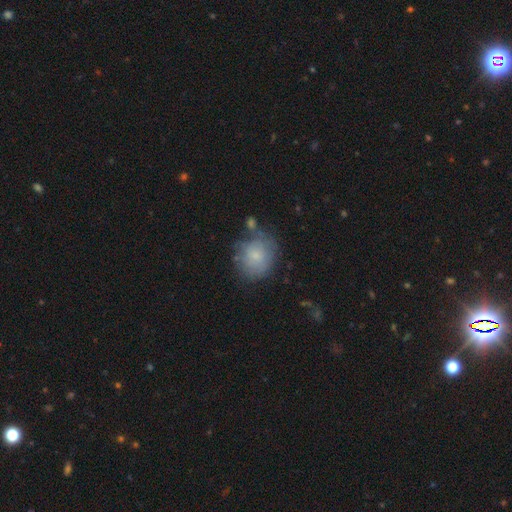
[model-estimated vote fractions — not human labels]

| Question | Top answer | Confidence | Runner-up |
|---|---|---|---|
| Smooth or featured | smooth | 74% | featured or disk (17%) |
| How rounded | round | 72% | in between (27%) |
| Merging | none | 64% | minor disturbance (21%) |